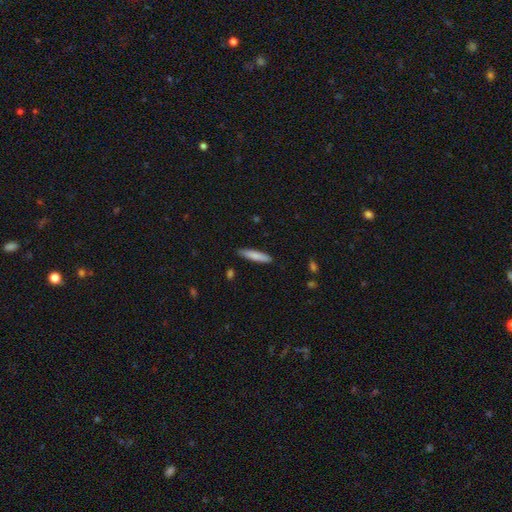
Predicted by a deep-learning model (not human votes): Smooth or featured?
  - smooth: 81% *
  - featured or disk: 13%
  - star or artifact: 6%
How rounded?
  - cigar-shaped: 84% *
  - in between: 14%
  - round: 1%
Merging?
  - none: 87% *
  - minor disturbance: 9%
  - major disturbance: 2%
  - merger: 1%